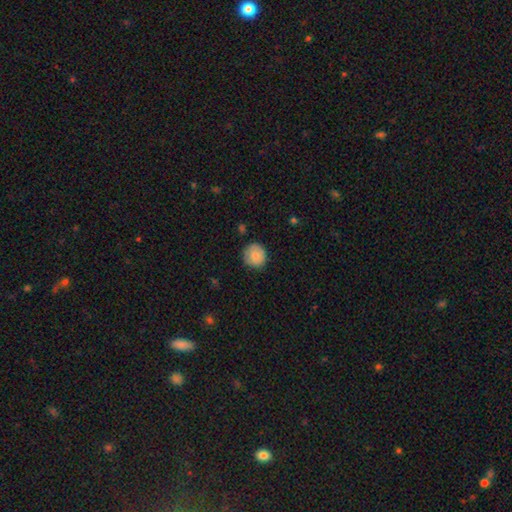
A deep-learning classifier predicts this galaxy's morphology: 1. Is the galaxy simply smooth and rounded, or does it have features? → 83% smooth, 9% featured or disk, 7% star or artifact.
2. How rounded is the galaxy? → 92% round, 7% in between, 1% cigar-shaped.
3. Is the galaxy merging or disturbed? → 83% none, 13% minor disturbance, 2% major disturbance, 1% merger.